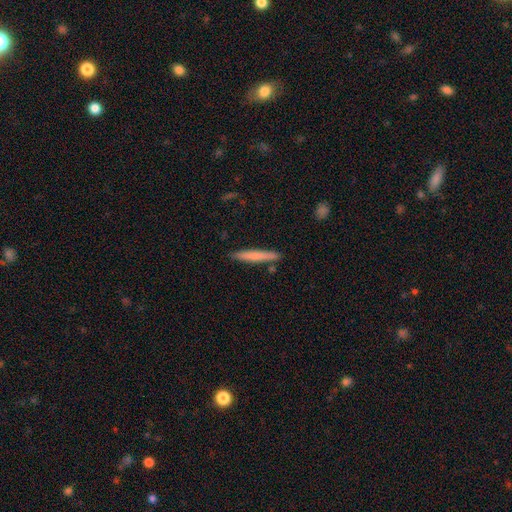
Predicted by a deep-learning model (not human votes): smooth_or_featured: smooth (p=0.71) [alt: featured or disk p=0.23]
how_rounded: cigar-shaped (p=0.96) [alt: in between p=0.03]
merging: none (p=0.87) [alt: minor disturbance p=0.08]